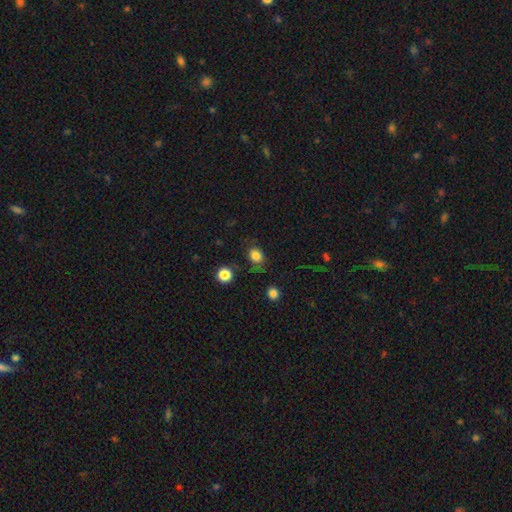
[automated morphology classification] The model was most divided on "how rounded": round: 56%, in between: 43%, cigar-shaped: 1%. More confident: smooth or featured — smooth (83%); merging — none (70%).